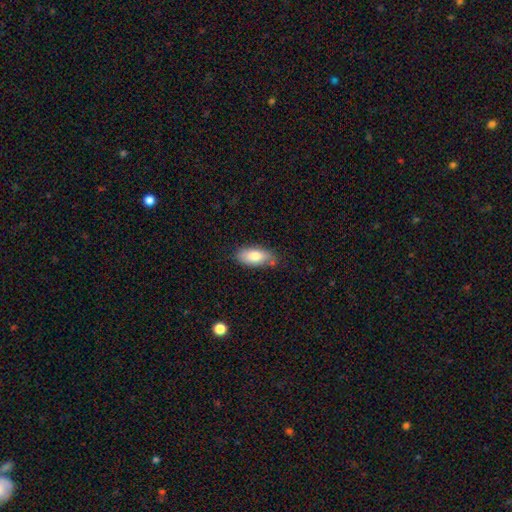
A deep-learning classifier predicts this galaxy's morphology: Smooth or featured? Predicted: smooth (p=0.79). How rounded? Predicted: in between (p=0.88). Merging? Predicted: none (p=0.74).